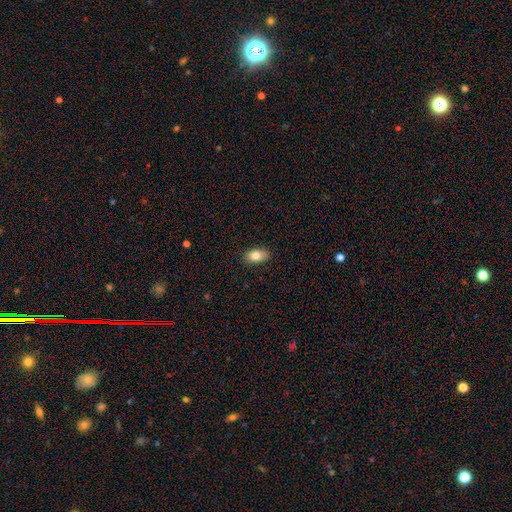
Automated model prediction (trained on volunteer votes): smooth 82%, featured or disk 10%, star or artifact 8%. Down the decision tree: how rounded — in between (90%); merging — none (88%).